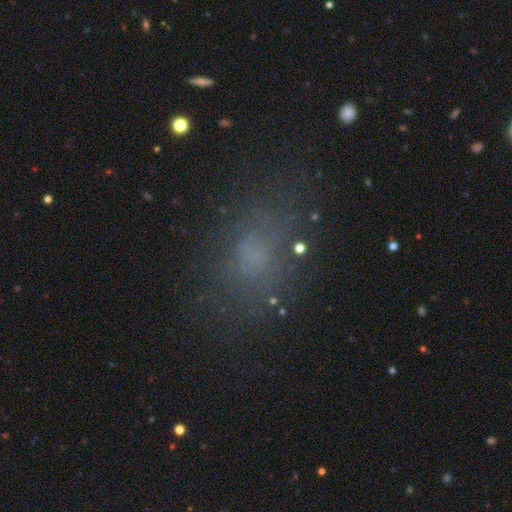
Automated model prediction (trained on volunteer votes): Overall: smooth (58%; star or artifact 26%). How rounded: in between (67%; round 30%). Merging: none (68%).